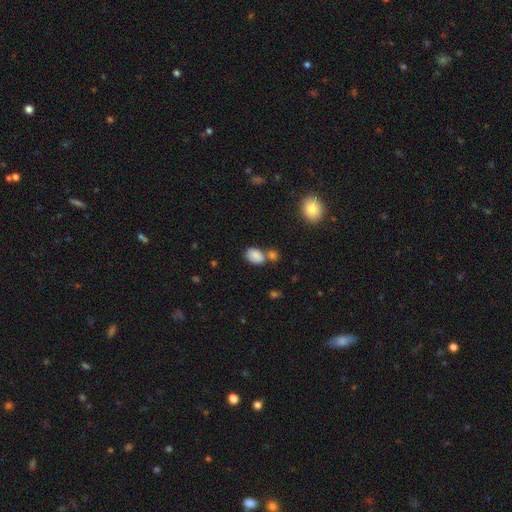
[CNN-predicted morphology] This appears to be a smooth galaxy with no disk features (84%) that is in between round and cigar-shaped (80%). Merging: none (51%).